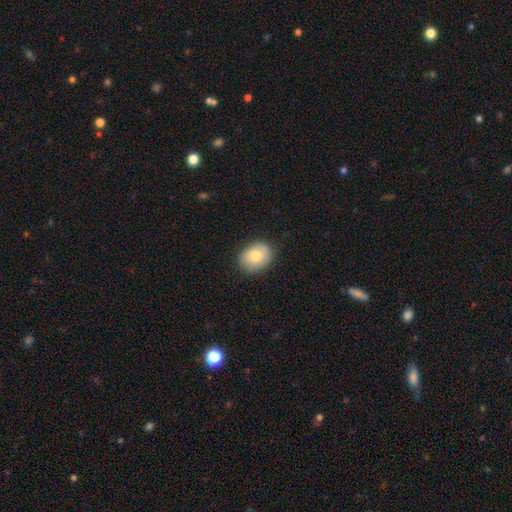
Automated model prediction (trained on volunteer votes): smooth-or-featured: smooth: 78% | featured or disk: 15% | star or artifact: 7%
  how-rounded: in between: 57% | round: 42% | cigar-shaped: 1%
  merging: none: 83% | minor disturbance: 13% | major disturbance: 3% | merger: 1%